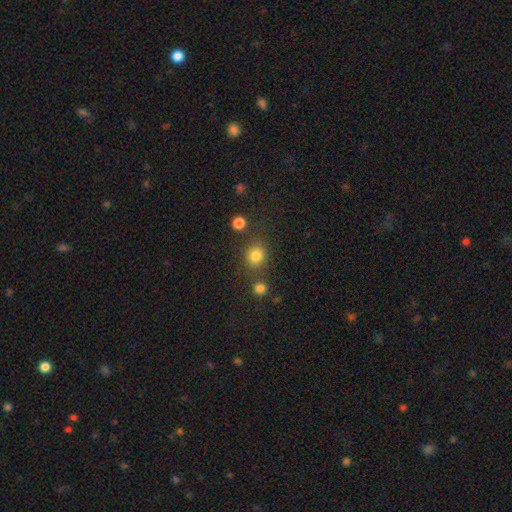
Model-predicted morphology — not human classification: type=smooth (82%); roundness=round (82%); merging=none (76%).